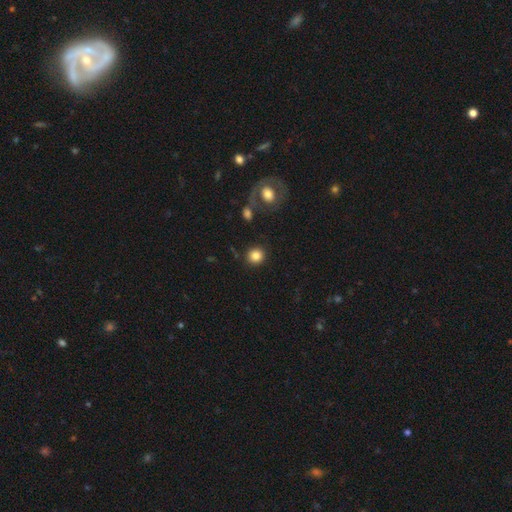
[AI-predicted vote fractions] smooth-or-featured: smooth: 85% | star or artifact: 9% | featured or disk: 6%
  how-rounded: round: 92% | in between: 7% | cigar-shaped: 1%
  merging: none: 88% | minor disturbance: 6% | merger: 3% | major disturbance: 3%